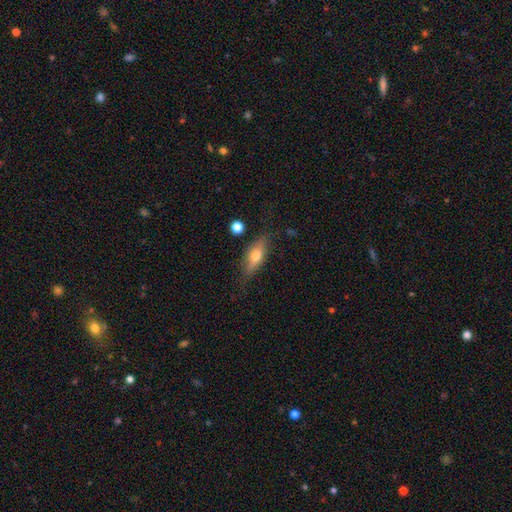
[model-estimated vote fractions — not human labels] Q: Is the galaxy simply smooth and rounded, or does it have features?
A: smooth — 56%.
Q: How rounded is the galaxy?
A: in between — 63%.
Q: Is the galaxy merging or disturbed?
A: none — 71%.